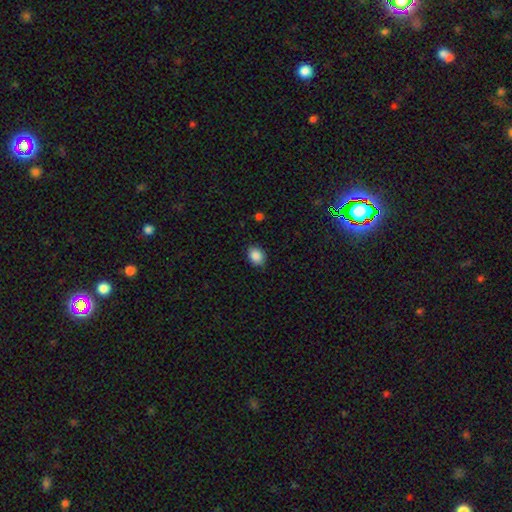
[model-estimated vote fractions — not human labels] The model was most divided on "how rounded": in between: 64%, round: 35%, cigar-shaped: 1%. More confident: smooth or featured — smooth (88%); merging — none (83%).